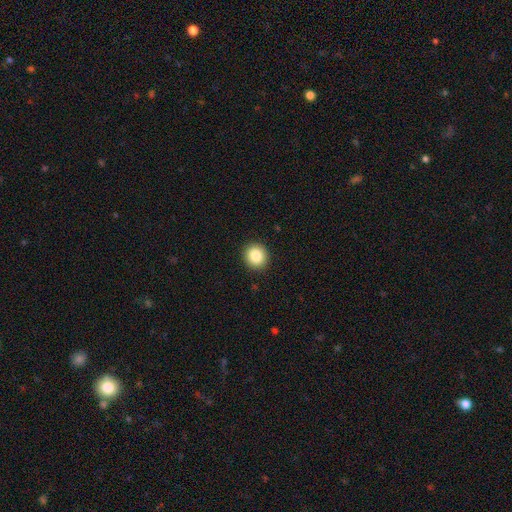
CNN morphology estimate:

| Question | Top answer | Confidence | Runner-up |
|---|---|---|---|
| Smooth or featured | smooth | 86% | star or artifact (9%) |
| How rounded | round | 88% | in between (11%) |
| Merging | none | 92% | minor disturbance (5%) |